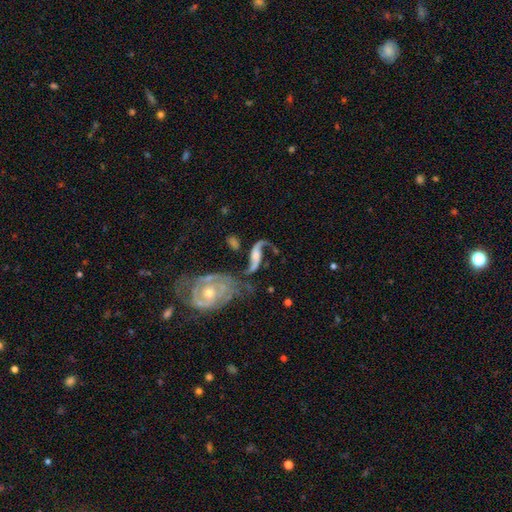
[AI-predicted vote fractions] smooth-or-featured: featured or disk: 85% | smooth: 9% | star or artifact: 6%
  disk-edge-on: no: 93% | yes: 7%
    bar: no: 49% | weak: 35% | strong: 16%
    has-spiral-arms: yes: 94% | no: 6%
      spiral-winding: loose: 83% | medium: 13% | tight: 4%
      spiral-arm-count: 2: 90% | 1: 5% | can't tell: 2% | 3: 1% | 4: 1% | more than 4: 1%
    bulge-size: moderate: 33% | small: 29% | none: 20% | large: 15% | dominant: 3%
  merging: none: 40% | merger: 23% | major disturbance: 19% | minor disturbance: 18%